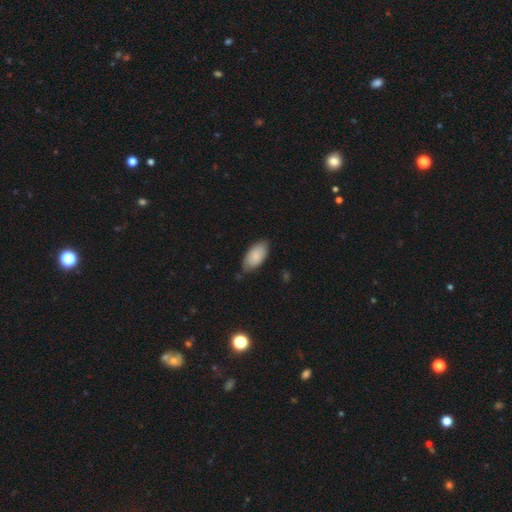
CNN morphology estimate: The model was most divided on "merging": none: 69%, minor disturbance: 25%, major disturbance: 4%, merger: 2%. More confident: how rounded — in between (94%); smooth or featured — smooth (85%).